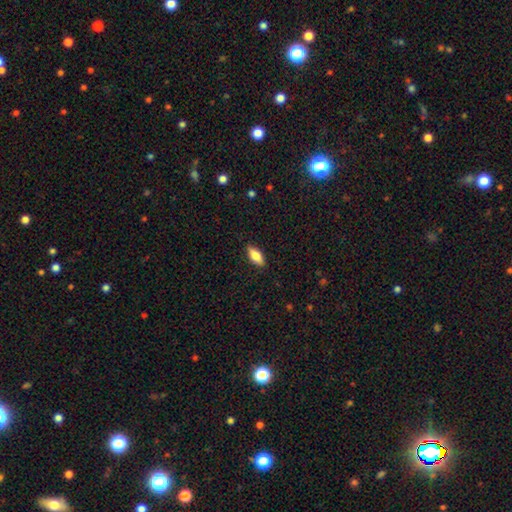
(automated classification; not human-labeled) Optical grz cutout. It shows a smooth galaxy with no disk features (81%) that is in between round and cigar-shaped (84%). Merging: none (88%).